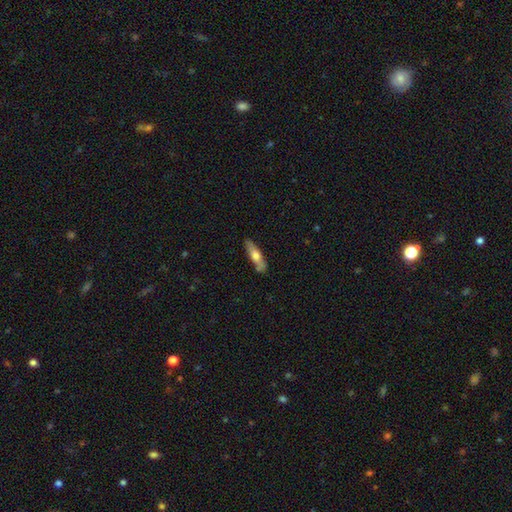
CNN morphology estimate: Q: Smooth or featured?
A: smooth (53%); runner-up: featured or disk (41%)
Q: How rounded?
A: cigar-shaped (71%); runner-up: in between (27%)
Q: Merging?
A: none (77%); runner-up: minor disturbance (16%)